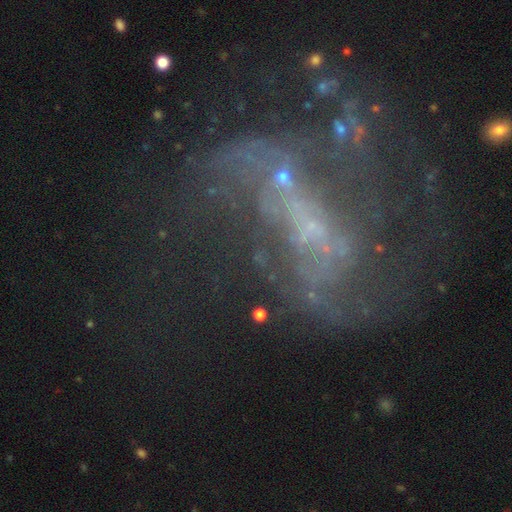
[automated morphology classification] This appears to be a featured or disk galaxy (75%) with no bar (41%), 2 (55%) loose (55%) spiral arms (72%) and a small central bulge (45%). Merging: none (43%).